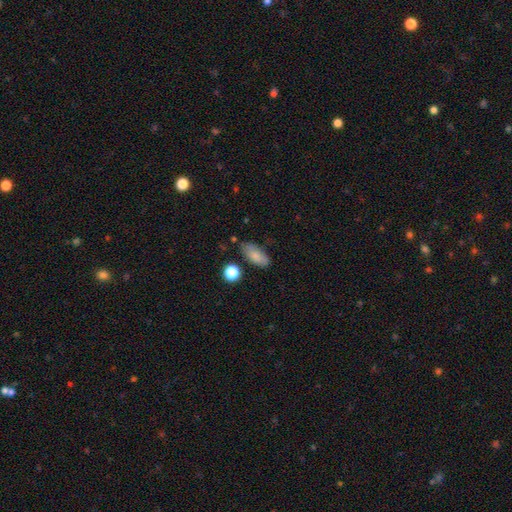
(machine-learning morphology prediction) Q: Smooth or featured?
A: smooth (81%); runner-up: featured or disk (12%)
Q: How rounded?
A: in between (86%); runner-up: cigar-shaped (10%)
Q: Merging?
A: none (72%); runner-up: minor disturbance (19%)